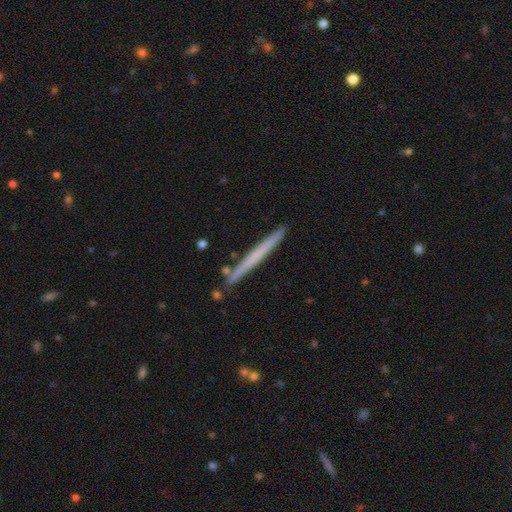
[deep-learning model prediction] smooth_or_featured: smooth (p=0.48) [alt: featured or disk p=0.46]
merging: none (p=0.89) [alt: minor disturbance p=0.08]